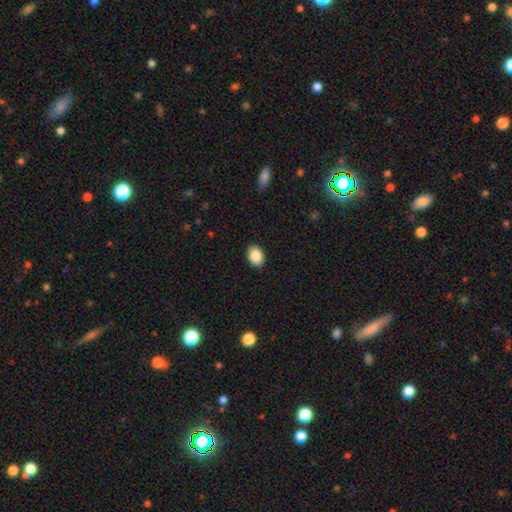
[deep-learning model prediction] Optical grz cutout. It shows a smooth galaxy with no disk features (89%) that is in between round and cigar-shaped (78%). Merging: none (91%).